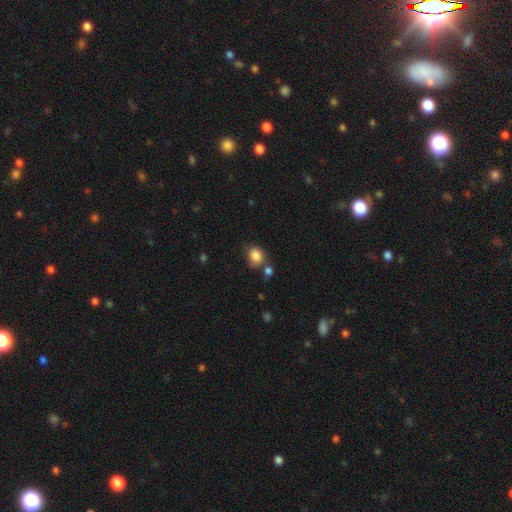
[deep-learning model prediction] Smooth or featured? smooth (86%)
How rounded? round (57%)
Merging? none (62%)